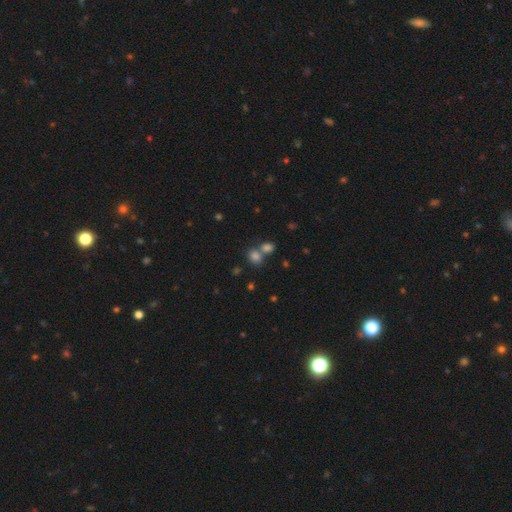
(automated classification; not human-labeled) This appears to be a smooth galaxy with no disk features (74%) that is round (51%). Merging: none (51%).